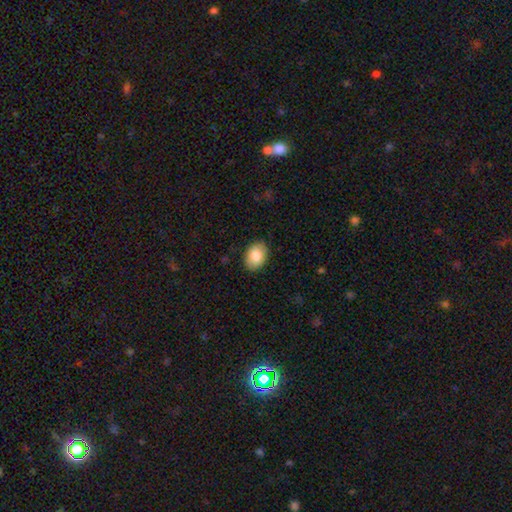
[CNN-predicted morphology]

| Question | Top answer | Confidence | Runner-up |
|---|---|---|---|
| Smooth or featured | smooth | 86% | featured or disk (7%) |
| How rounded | in between | 76% | round (23%) |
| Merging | none | 88% | minor disturbance (9%) |